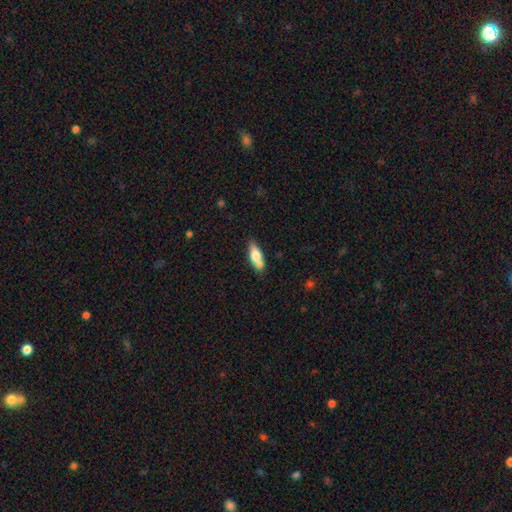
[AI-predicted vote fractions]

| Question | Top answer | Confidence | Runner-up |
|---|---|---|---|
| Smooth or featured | smooth | 65% | featured or disk (29%) |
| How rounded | in between | 61% | cigar-shaped (35%) |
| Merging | none | 60% | minor disturbance (18%) |